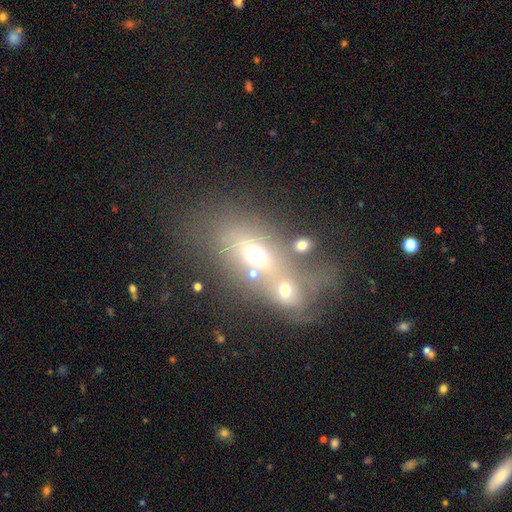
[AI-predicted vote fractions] smooth_or_featured: smooth (p=0.53) [alt: featured or disk p=0.31]
how_rounded: in between (p=0.74) [alt: round p=0.19]
merging: merger (p=0.57) [alt: none p=0.22]